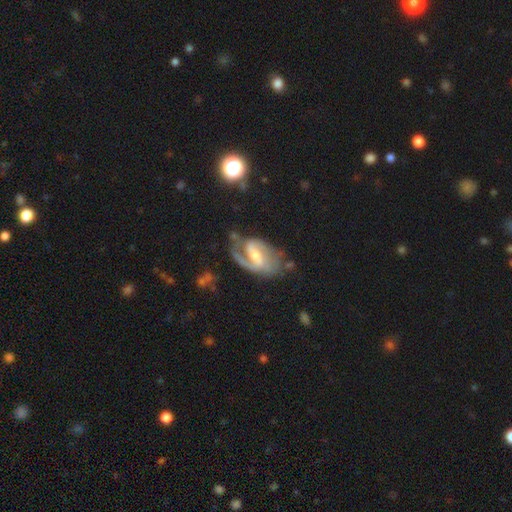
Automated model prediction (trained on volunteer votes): A featured or disk galaxy (84%) with a weak bar (46%), 2 (68%) medium (49%) spiral arms (94%) and a moderate central bulge (46%).

Vote fractions:
- Smooth or featured? featured or disk: 84% / smooth: 10% / star or artifact: 5%
- Edge-on disk? no: 97% / yes: 3%
- Bar? weak: 46% / strong: 38% / no: 16%
- Spiral arms? yes: 94% / no: 6%
- Spiral winding? medium: 49% / tight: 29% / loose: 22%
- Spiral arm count? 2: 68% / 1: 21% / can't tell: 7% / 3: 2% / 4: 1% / more than 4: 1%
- Bulge size? moderate: 46% / small: 39% / large: 8% / none: 6% / dominant: 1%
- Merging? none: 52% / minor disturbance: 23% / major disturbance: 21% / merger: 4%